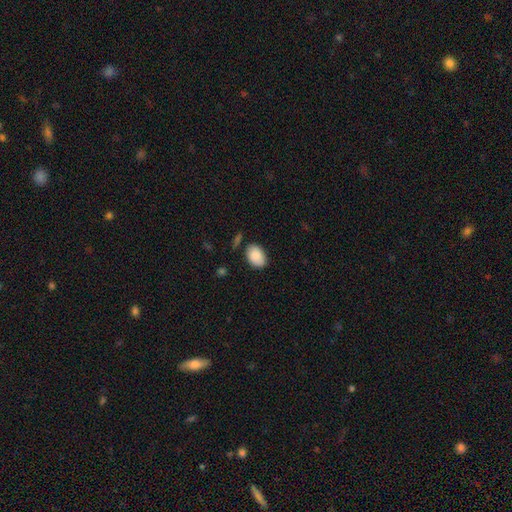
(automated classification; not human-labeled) Smooth or featured?
  - smooth: 87% *
  - star or artifact: 7%
  - featured or disk: 6%
How rounded?
  - in between: 86% *
  - round: 13%
  - cigar-shaped: 1%
Merging?
  - none: 76% *
  - minor disturbance: 17%
  - major disturbance: 3%
  - merger: 3%